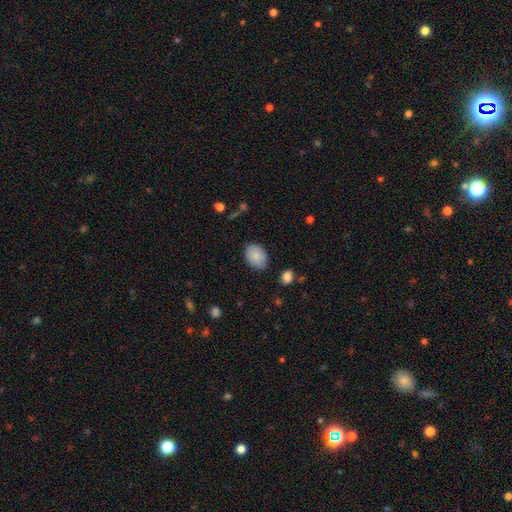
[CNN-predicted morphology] Smooth or featured? smooth (84%)
How rounded? in between (74%)
Merging? none (81%)